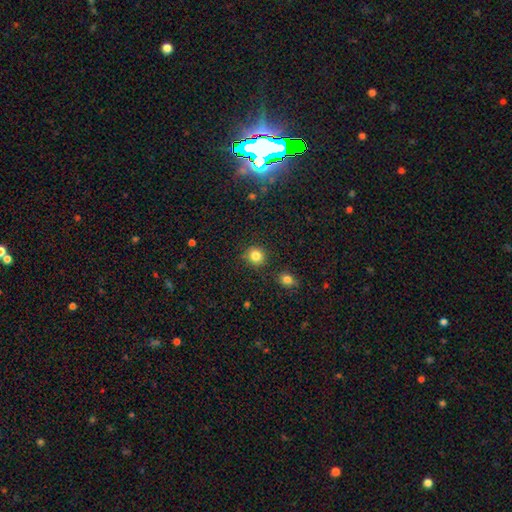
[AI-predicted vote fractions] This appears to be a smooth galaxy with no disk features (83%) that is round (89%). Merging: none (86%).